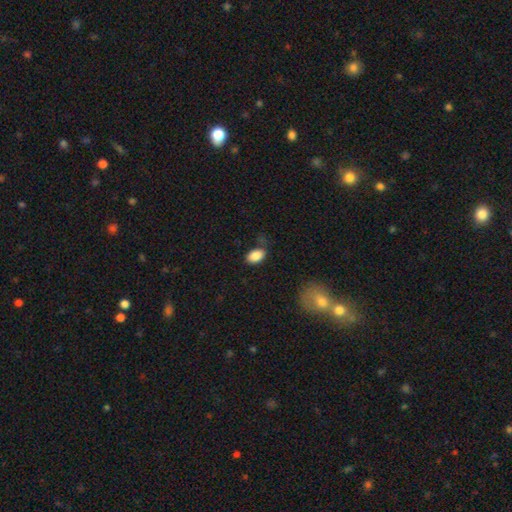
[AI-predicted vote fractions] A smooth galaxy with no disk features (88%) that is in between round and cigar-shaped (89%).

Vote fractions:
- Smooth or featured? smooth: 88% / star or artifact: 8% / featured or disk: 4%
- How rounded? in between: 89% / round: 9% / cigar-shaped: 1%
- Merging? none: 70% / minor disturbance: 21% / major disturbance: 6% / merger: 4%